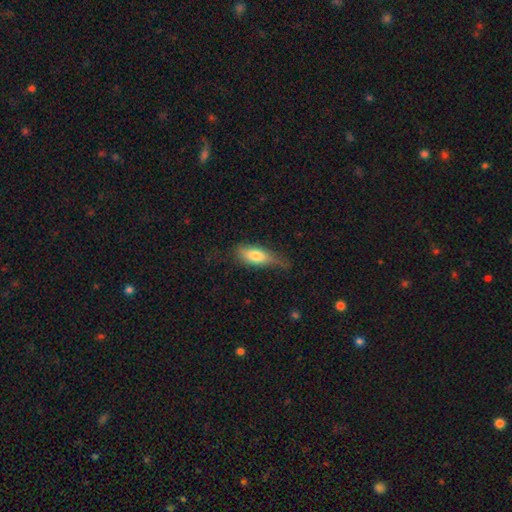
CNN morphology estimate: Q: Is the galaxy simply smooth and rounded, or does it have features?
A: smooth — 74%.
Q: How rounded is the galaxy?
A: in between — 73%.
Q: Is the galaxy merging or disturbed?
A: none — 45%.